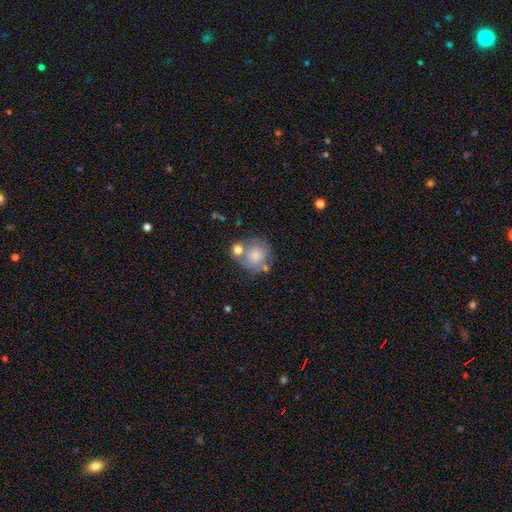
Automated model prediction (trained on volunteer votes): Morphology: type=smooth (64%); roundness=round (85%); merging=none (44%).